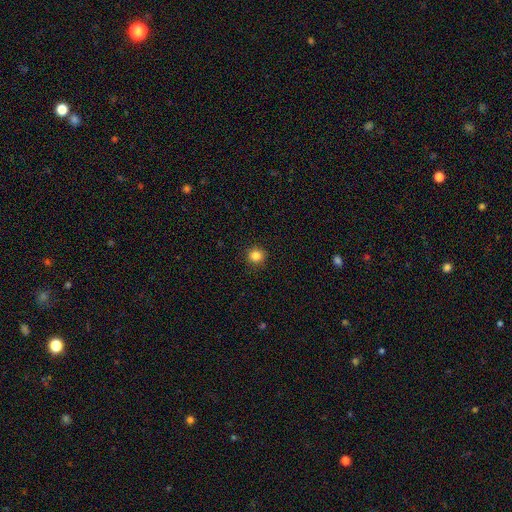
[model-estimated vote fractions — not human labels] Smooth or featured? Predicted: smooth (p=0.84). How rounded? Predicted: round (p=0.93). Merging? Predicted: none (p=0.91).